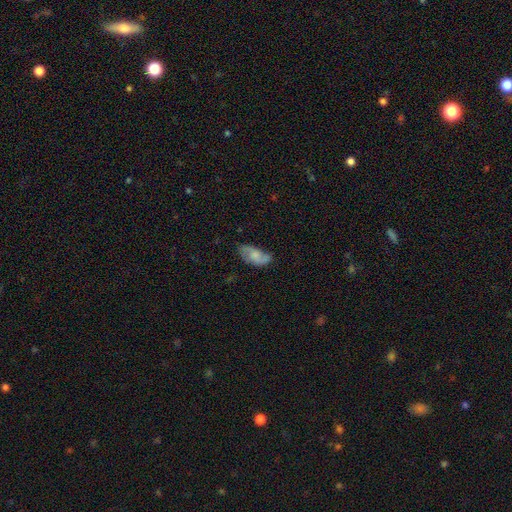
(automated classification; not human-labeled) Q: Smooth or featured?
A: featured or disk (47%); runner-up: smooth (46%)
Q: Merging?
A: none (57%); runner-up: minor disturbance (28%)